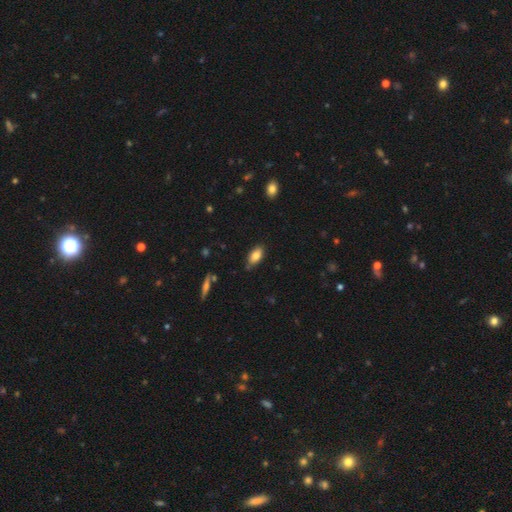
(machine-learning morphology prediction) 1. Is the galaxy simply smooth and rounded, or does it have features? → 82% smooth, 10% featured or disk, 8% star or artifact.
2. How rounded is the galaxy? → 90% in between, 7% cigar-shaped, 4% round.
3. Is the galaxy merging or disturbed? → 76% none, 18% minor disturbance, 3% major disturbance, 3% merger.